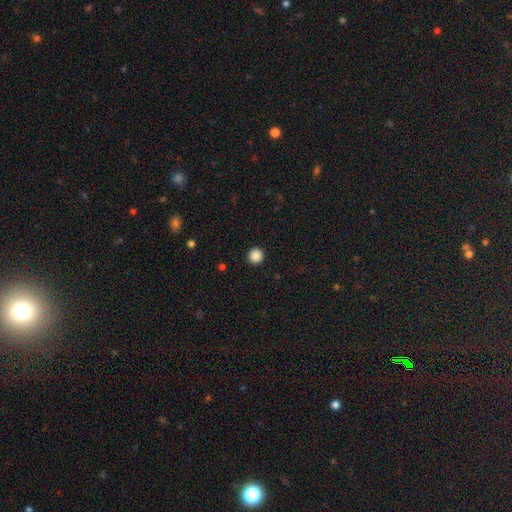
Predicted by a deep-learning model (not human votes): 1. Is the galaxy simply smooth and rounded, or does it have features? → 88% smooth, 10% star or artifact, 2% featured or disk.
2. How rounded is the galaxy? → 95% round, 4% in between, 1% cigar-shaped.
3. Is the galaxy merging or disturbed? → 93% none, 4% minor disturbance, 2% major disturbance, 1% merger.